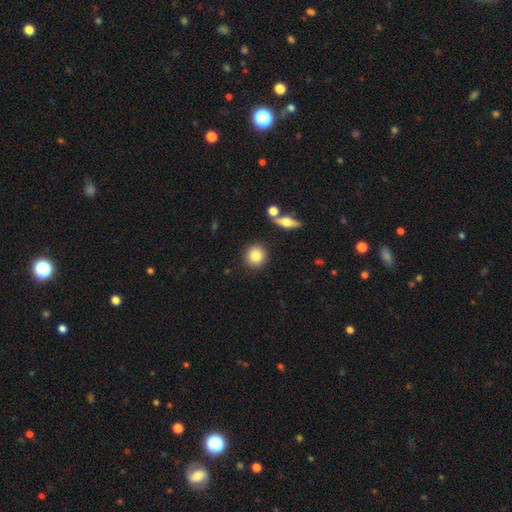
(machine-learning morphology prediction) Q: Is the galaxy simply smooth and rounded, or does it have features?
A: smooth — 82%.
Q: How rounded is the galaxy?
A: round — 89%.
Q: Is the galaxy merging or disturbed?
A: none — 88%.